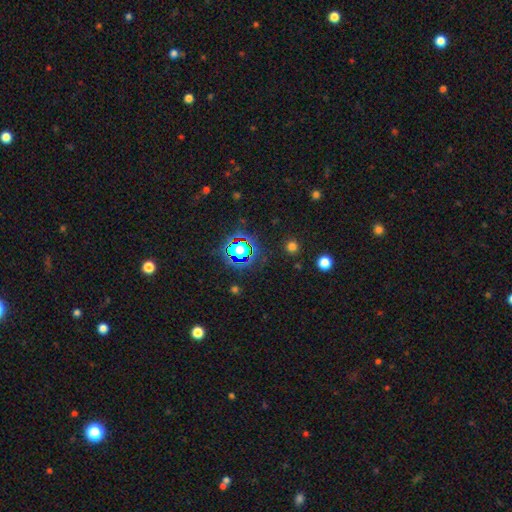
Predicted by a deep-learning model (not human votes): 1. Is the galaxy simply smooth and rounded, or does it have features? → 77% star or artifact, 15% smooth, 8% featured or disk.